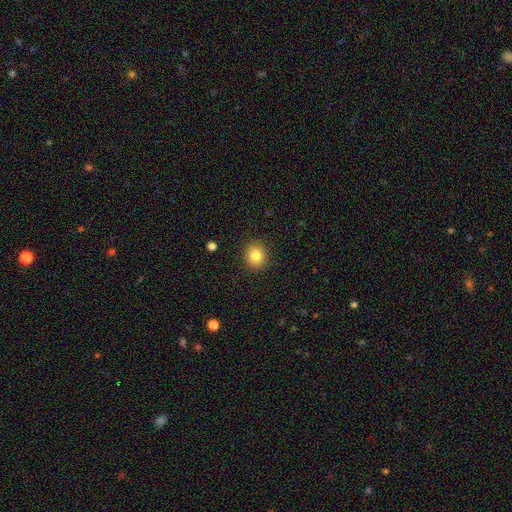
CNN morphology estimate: A smooth galaxy with no disk features (83%) that is round (84%). Merging: none (91%).